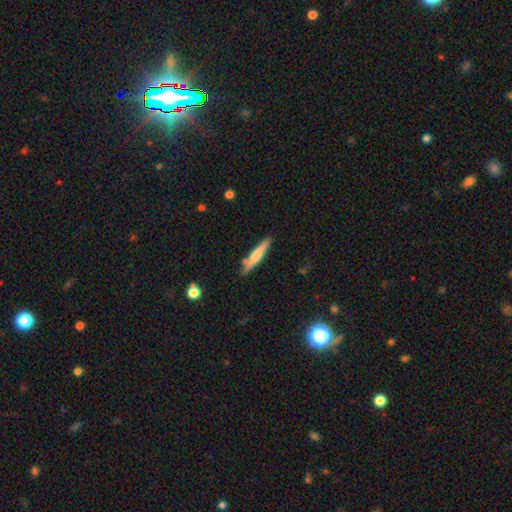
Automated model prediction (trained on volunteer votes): A smooth galaxy with no disk features (52%) that is cigar-shaped (91%).

Vote fractions:
- Smooth or featured? smooth: 52% / featured or disk: 42% / star or artifact: 6%
- How rounded? cigar-shaped: 91% / in between: 8% / round: 2%
- Merging? none: 82% / minor disturbance: 12% / merger: 4% / major disturbance: 2%